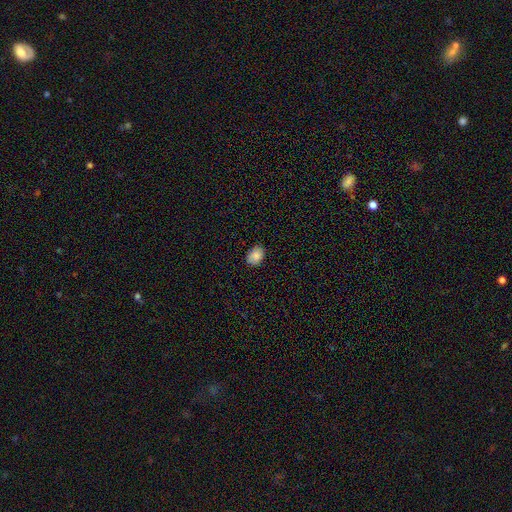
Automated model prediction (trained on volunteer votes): Smooth or featured? Predicted: smooth (p=0.86). How rounded? Predicted: in between (p=0.74). Merging? Predicted: none (p=0.85).